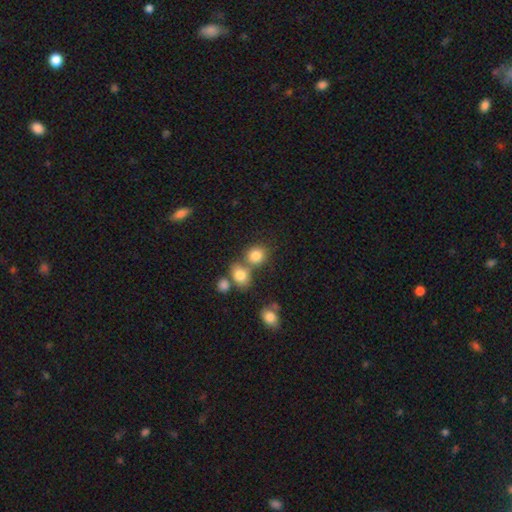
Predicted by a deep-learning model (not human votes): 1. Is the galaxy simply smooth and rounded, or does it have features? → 81% smooth, 12% star or artifact, 7% featured or disk.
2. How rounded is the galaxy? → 77% round, 22% in between, 1% cigar-shaped.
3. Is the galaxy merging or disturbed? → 55% none, 31% merger, 9% minor disturbance, 4% major disturbance.